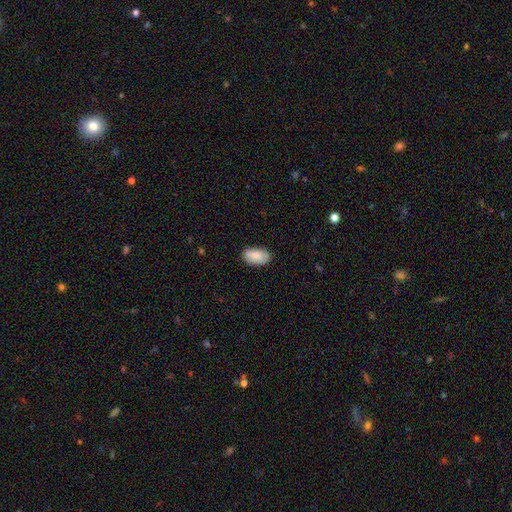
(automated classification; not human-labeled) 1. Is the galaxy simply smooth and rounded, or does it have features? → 85% smooth, 9% featured or disk, 6% star or artifact.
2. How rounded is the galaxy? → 94% in between, 4% round, 2% cigar-shaped.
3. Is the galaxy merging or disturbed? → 80% none, 16% minor disturbance, 3% major disturbance, 1% merger.